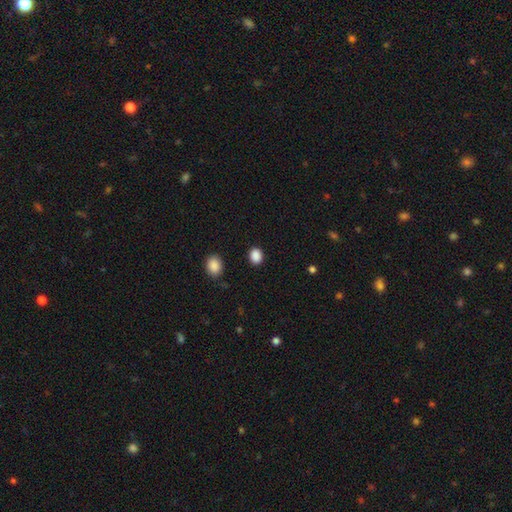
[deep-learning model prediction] Morphology: type=smooth (88%); roundness=round (53%); merging=none (89%).